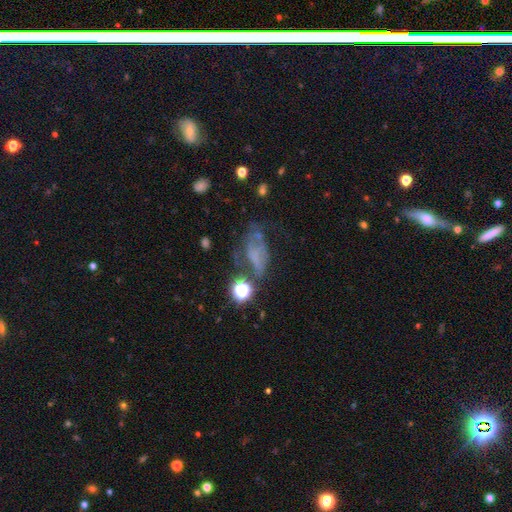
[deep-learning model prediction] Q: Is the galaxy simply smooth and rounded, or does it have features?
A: featured or disk — 43%.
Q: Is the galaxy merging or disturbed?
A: major disturbance — 35%.